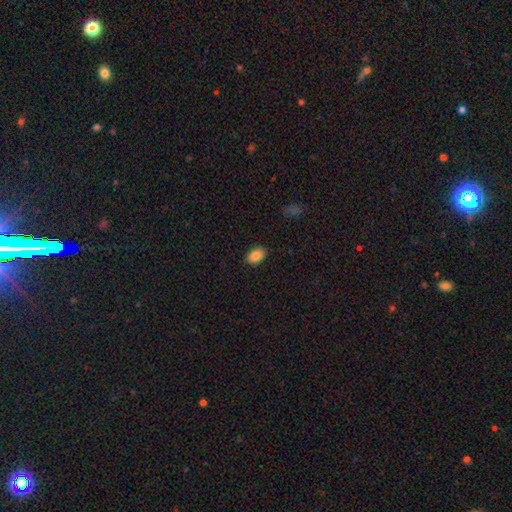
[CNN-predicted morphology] This is clearly a smooth galaxy (87%). How rounded: clearly in between (86%). Merging: clearly none (88%).